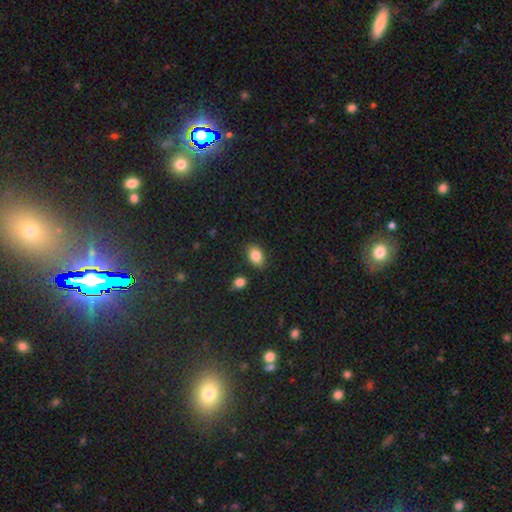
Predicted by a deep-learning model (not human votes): Morphology: type=smooth (84%); roundness=in between (79%); merging=none (83%).